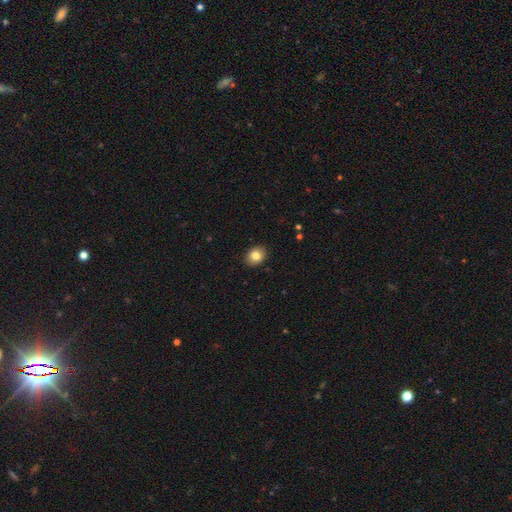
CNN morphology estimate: smooth-or-featured: smooth: 83% | star or artifact: 9% | featured or disk: 8%
  how-rounded: in between: 52% | round: 47% | cigar-shaped: 1%
  merging: none: 89% | minor disturbance: 8% | major disturbance: 2% | merger: 1%